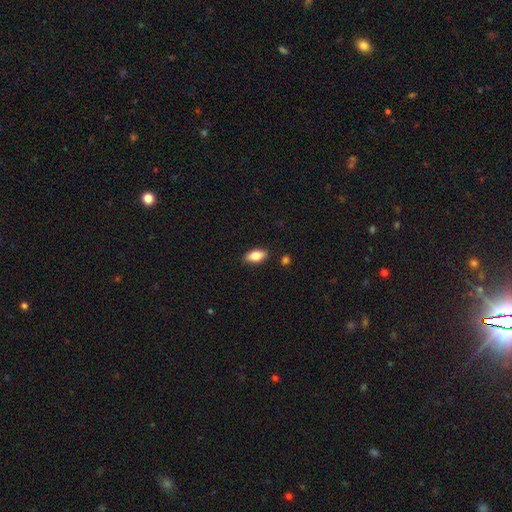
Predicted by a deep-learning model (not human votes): This appears to be a smooth galaxy with no disk features (82%) that is in between round and cigar-shaped (89%). Merging: none (87%).